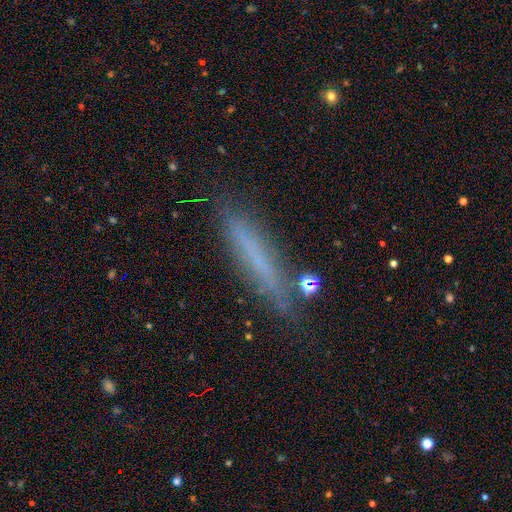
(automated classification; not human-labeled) This is possibly a smooth galaxy (57%). How rounded: clearly cigar-shaped (92%). Merging: likely none (79%).